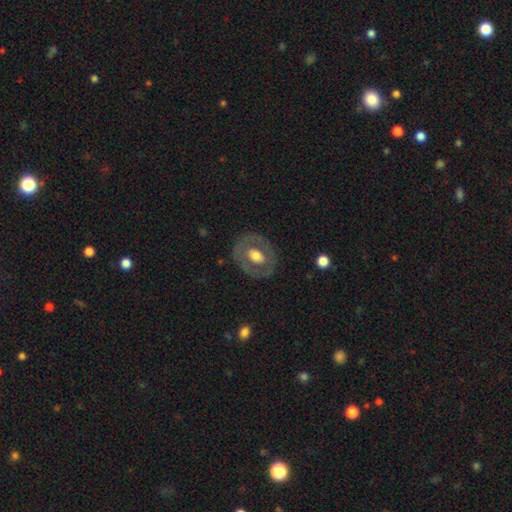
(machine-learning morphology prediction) featured or disk 51%, smooth 43%, star or artifact 6%. Down the decision tree: edge-on disk — no (94%); merging — none (78%).